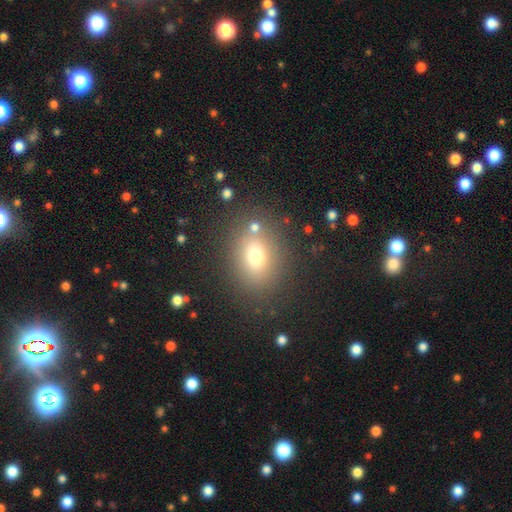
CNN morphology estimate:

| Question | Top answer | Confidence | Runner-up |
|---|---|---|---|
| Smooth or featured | smooth | 69% | star or artifact (17%) |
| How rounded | in between | 58% | round (41%) |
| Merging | none | 78% | minor disturbance (10%) |